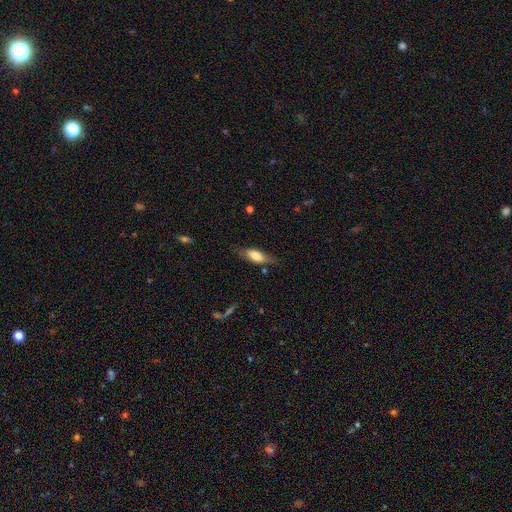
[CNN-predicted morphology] A smooth galaxy with no disk features (65%) that is in between round and cigar-shaped (65%). Merging: none (70%).